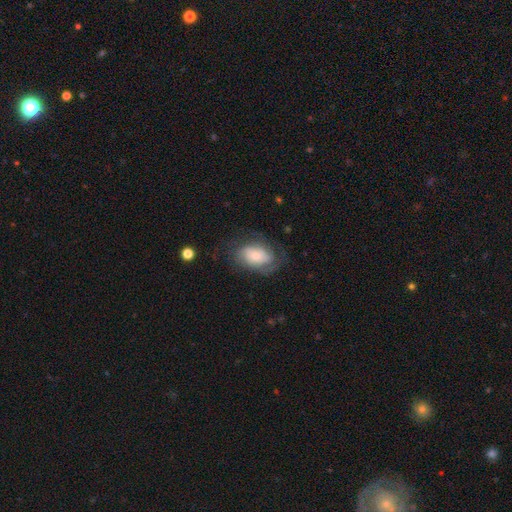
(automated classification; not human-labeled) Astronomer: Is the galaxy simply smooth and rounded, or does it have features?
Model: featured or disk — 60%.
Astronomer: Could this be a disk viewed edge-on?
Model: no — 96%.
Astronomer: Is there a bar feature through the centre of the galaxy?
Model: no — 70%.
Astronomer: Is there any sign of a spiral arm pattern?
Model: yes — 86%.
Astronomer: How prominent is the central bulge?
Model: small — 42% (runner-up: moderate, 35%).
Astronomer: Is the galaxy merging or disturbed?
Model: none — 61%.